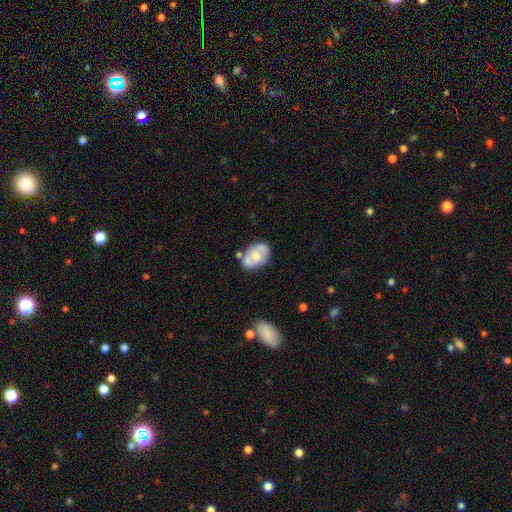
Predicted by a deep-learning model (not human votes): This is possibly a featured or disk galaxy (50%). It is clearly not viewed edge-on (93%). Merging: likely none (62%).